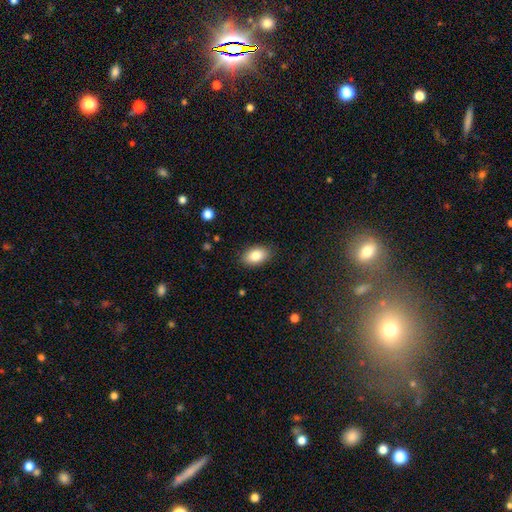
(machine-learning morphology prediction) The model was most divided on "smooth or featured": smooth: 83%, featured or disk: 9%, star or artifact: 7%. More confident: how rounded — in between (90%); merging — none (87%).